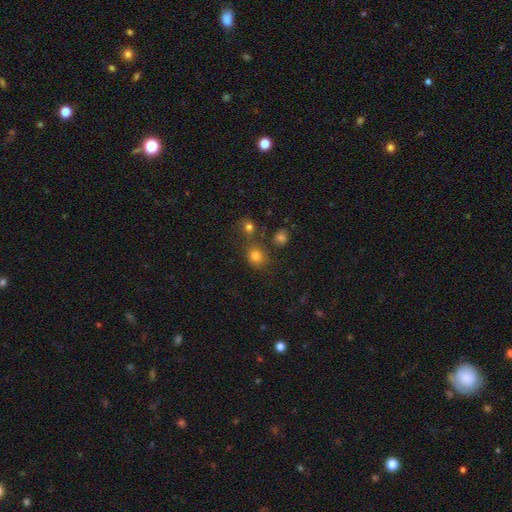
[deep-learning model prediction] smooth-or-featured: smooth: 79% | star or artifact: 15% | featured or disk: 7%
  how-rounded: round: 75% | in between: 24% | cigar-shaped: 1%
  merging: none: 63% | merger: 22% | minor disturbance: 11% | major disturbance: 4%